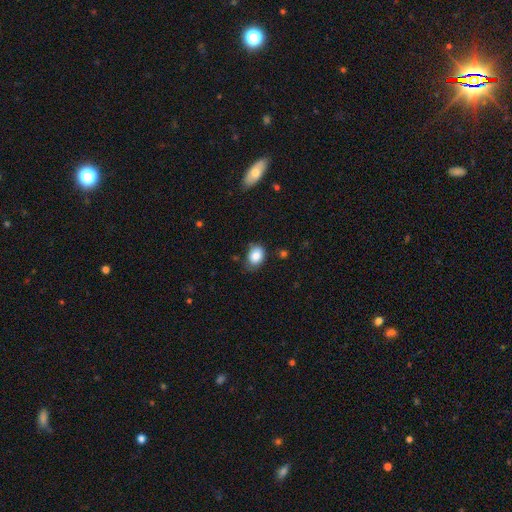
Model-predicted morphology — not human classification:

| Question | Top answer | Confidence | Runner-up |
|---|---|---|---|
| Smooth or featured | smooth | 85% | star or artifact (9%) |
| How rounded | in between | 64% | round (35%) |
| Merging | none | 66% | minor disturbance (27%) |